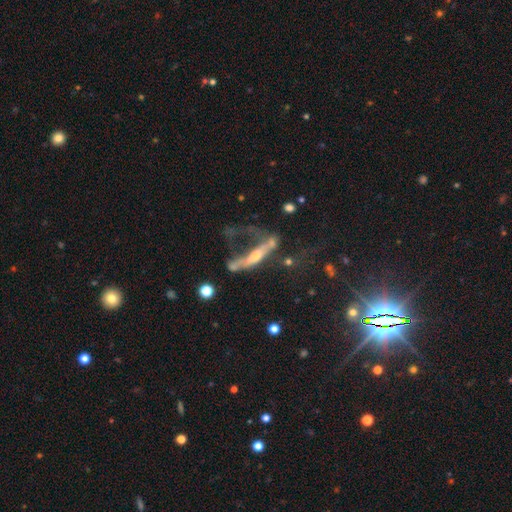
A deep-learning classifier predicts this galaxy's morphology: Smooth or featured: featured or disk — 63% (smooth — 25%)
Edge-on disk: yes — 60% (no — 40%)
Merging: major disturbance — 50% (none — 21%)